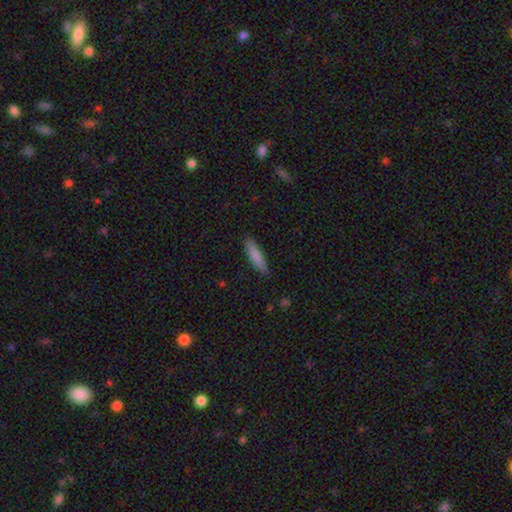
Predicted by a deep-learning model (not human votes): This is clearly a smooth galaxy (83%). How rounded: likely cigar-shaped (77%). Merging: clearly none (86%).